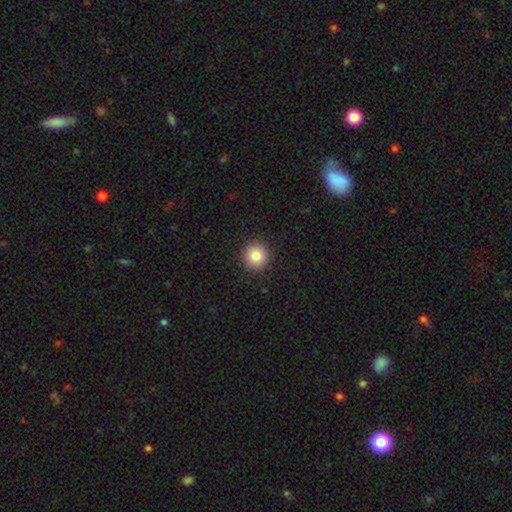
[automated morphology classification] Overall: smooth (85%). How rounded: round (95%). Merging: none (93%).